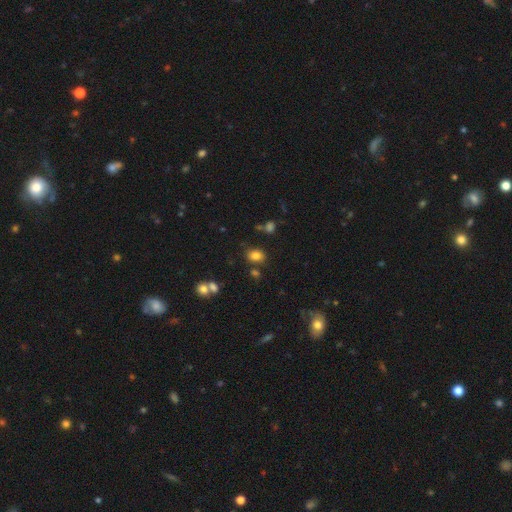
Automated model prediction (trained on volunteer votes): Smooth or featured? smooth (81%)
How rounded? in between (58%)
Merging? none (75%)